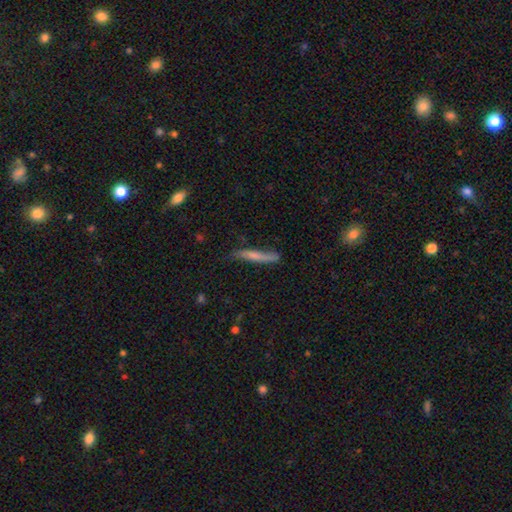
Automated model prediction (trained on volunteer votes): Overall: smooth (61%; featured or disk 32%). How rounded: cigar-shaped (94%). Merging: none (67%).